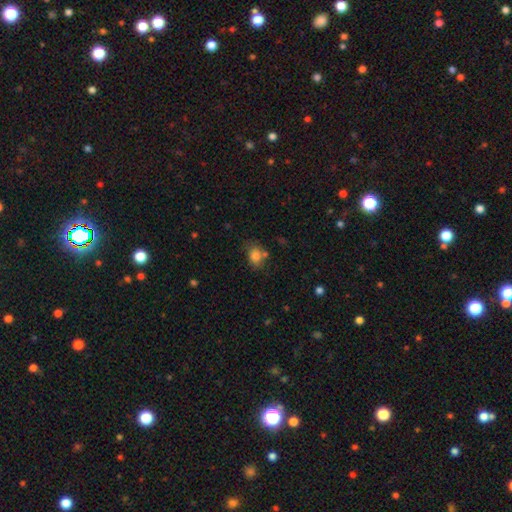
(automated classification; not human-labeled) Overall: smooth (81%). How rounded: in between (56%; round 43%). Merging: none (55%; minor disturbance 22%).